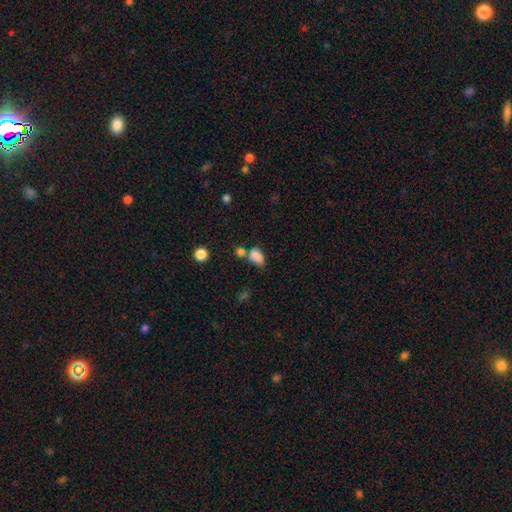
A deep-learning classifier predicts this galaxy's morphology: A smooth galaxy with no disk features (82%) that is in between round and cigar-shaped (85%). Merging: none (39%).